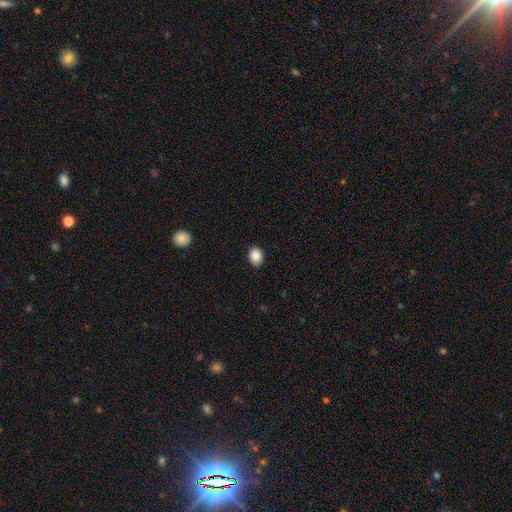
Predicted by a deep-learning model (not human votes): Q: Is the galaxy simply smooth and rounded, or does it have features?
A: smooth — 88%.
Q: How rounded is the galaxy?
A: in between — 57%.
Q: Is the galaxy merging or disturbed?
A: none — 89%.